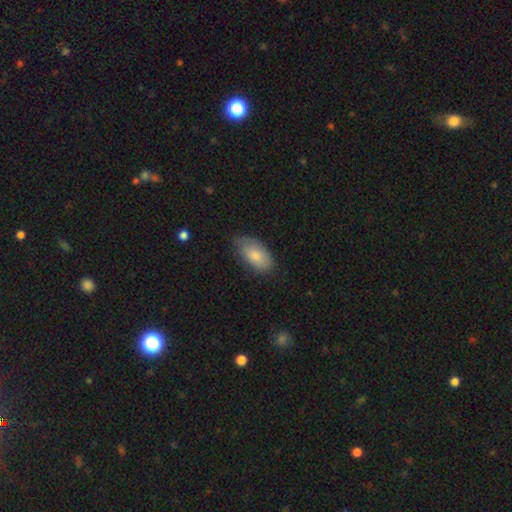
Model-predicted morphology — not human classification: Q: Smooth or featured?
A: smooth (83%); runner-up: featured or disk (11%)
Q: How rounded?
A: in between (94%); runner-up: cigar-shaped (3%)
Q: Merging?
A: none (65%); runner-up: minor disturbance (28%)